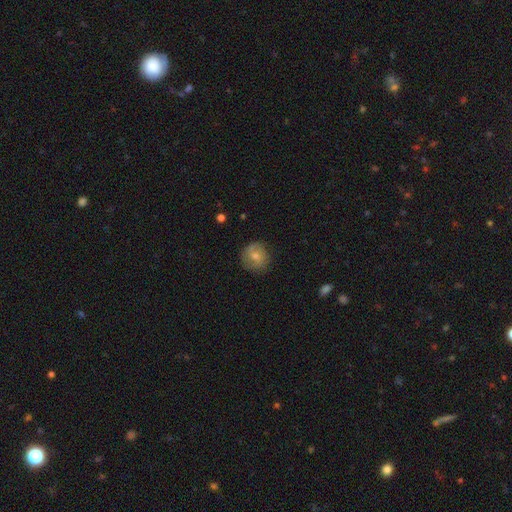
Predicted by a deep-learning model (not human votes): Morphology: type=smooth (62%); roundness=round (87%); merging=none (79%).